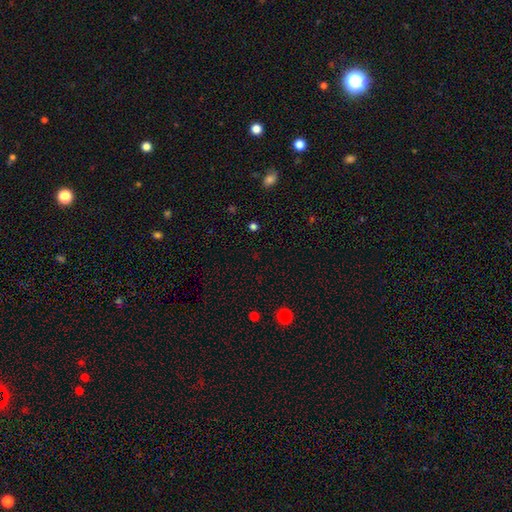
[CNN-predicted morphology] A star or artifact, not a galaxy (49%).

Vote fractions:
- Smooth or featured? star or artifact: 49% / smooth: 45% / featured or disk: 6%